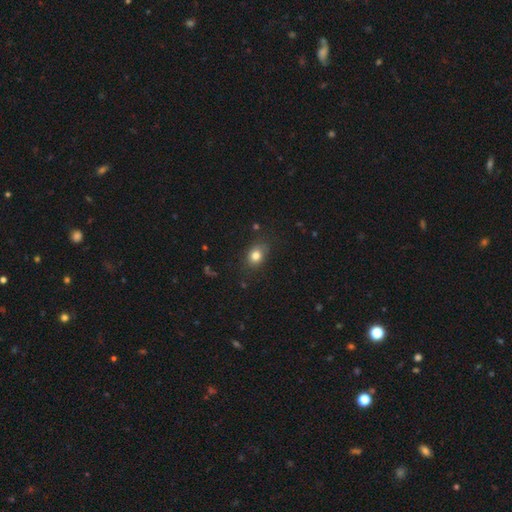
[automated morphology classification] type=smooth (81%); roundness=in between (55%); merging=none (77%).